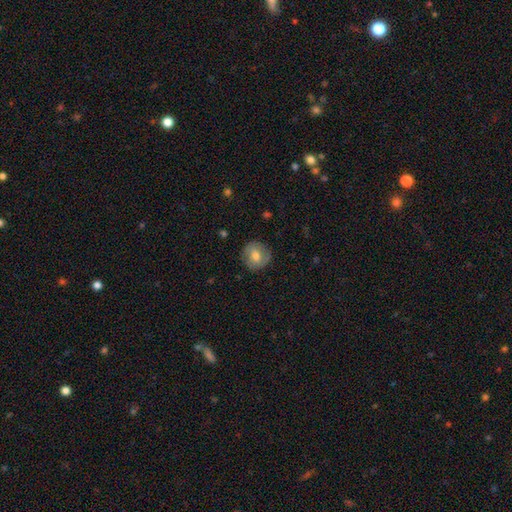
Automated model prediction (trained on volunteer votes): Smooth or featured? smooth (66%)
How rounded? round (90%)
Merging? none (85%)